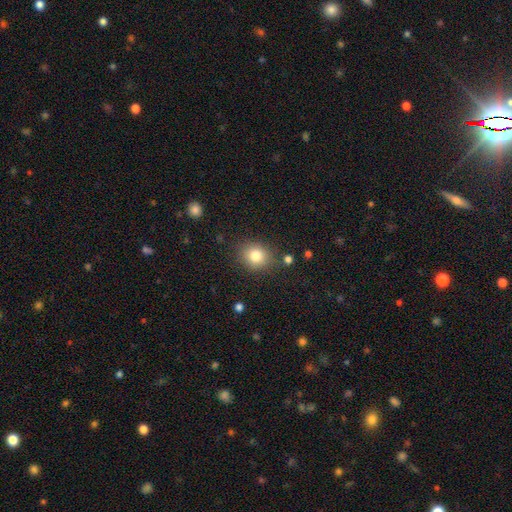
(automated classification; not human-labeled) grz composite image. It shows a smooth galaxy with no disk features (81%) that is round (66%). Merging: none (83%).